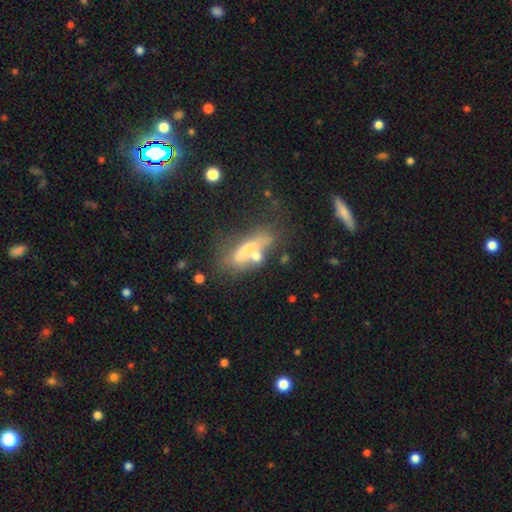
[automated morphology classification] Smooth or featured? smooth (55%)
How rounded? in between (56%)
Merging? merger (33%)